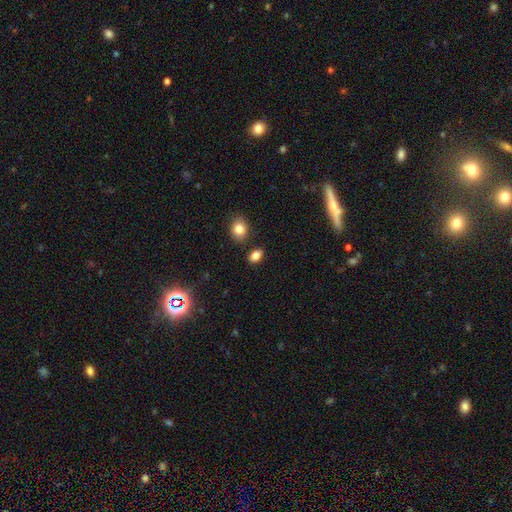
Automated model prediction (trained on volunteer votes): smooth-or-featured: smooth: 83% | star or artifact: 12% | featured or disk: 5%
  how-rounded: in between: 80% | round: 18% | cigar-shaped: 2%
  merging: none: 81% | minor disturbance: 10% | merger: 6% | major disturbance: 3%